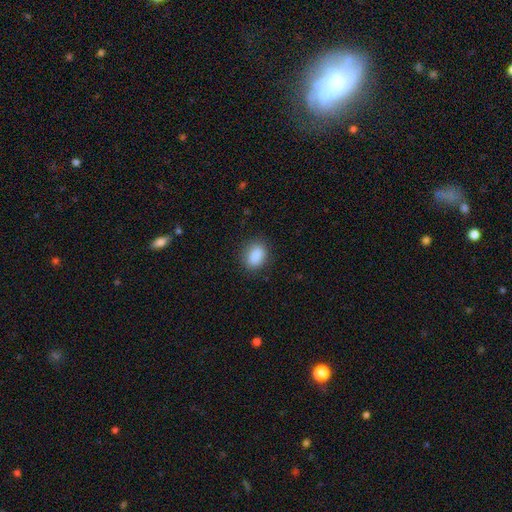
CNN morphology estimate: A smooth galaxy with no disk features (88%) that is in between round and cigar-shaped (73%).

Vote fractions:
- Smooth or featured? smooth: 88% / star or artifact: 8% / featured or disk: 4%
- How rounded? in between: 73% / round: 25% / cigar-shaped: 2%
- Merging? none: 83% / minor disturbance: 12% / major disturbance: 3% / merger: 1%